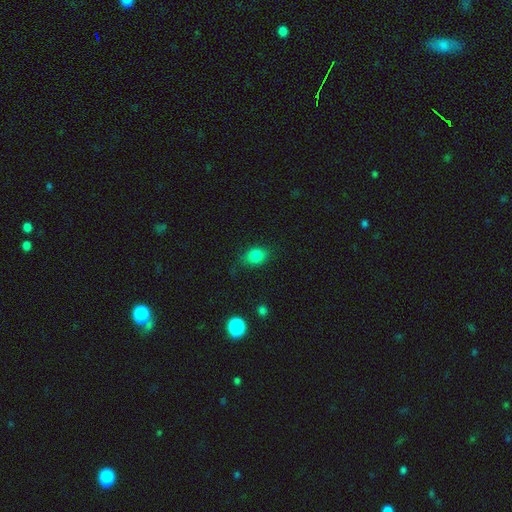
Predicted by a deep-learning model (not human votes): Q: Smooth or featured?
A: smooth (82%); runner-up: star or artifact (11%)
Q: How rounded?
A: in between (58%); runner-up: round (40%)
Q: Merging?
A: none (73%); runner-up: minor disturbance (20%)